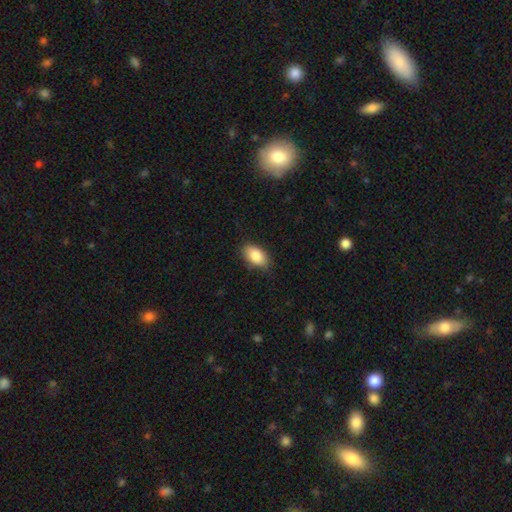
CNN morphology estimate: Smooth or featured: smooth — 87% (star or artifact — 7%)
How rounded: in between — 93% (round — 5%)
Merging: none — 83% (minor disturbance — 13%)